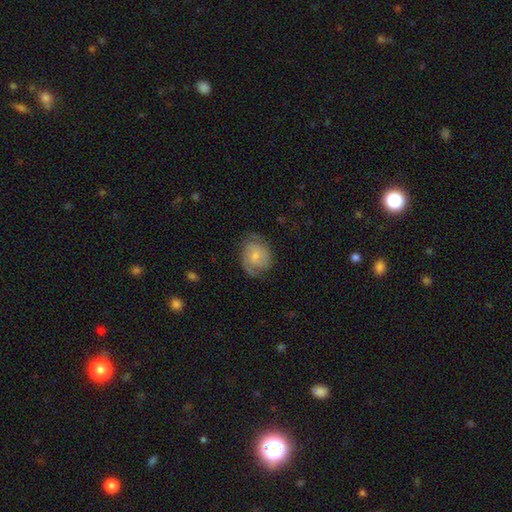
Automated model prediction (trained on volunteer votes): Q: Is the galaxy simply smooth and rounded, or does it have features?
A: smooth — 47%.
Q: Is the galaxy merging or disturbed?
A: none — 61%.